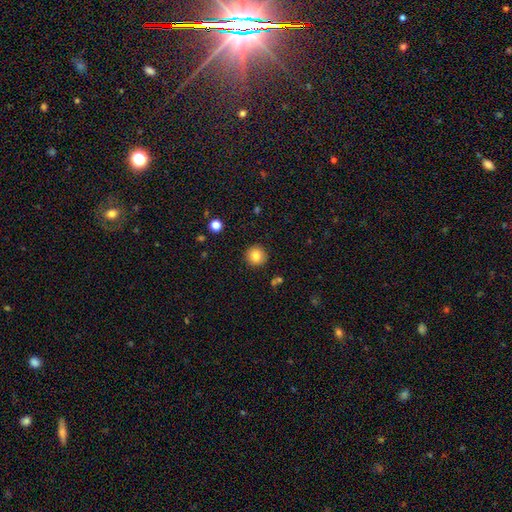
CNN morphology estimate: smooth_or_featured: smooth (p=0.83) [alt: star or artifact p=0.10]
how_rounded: round (p=0.95) [alt: in between p=0.05]
merging: none (p=0.91) [alt: minor disturbance p=0.06]